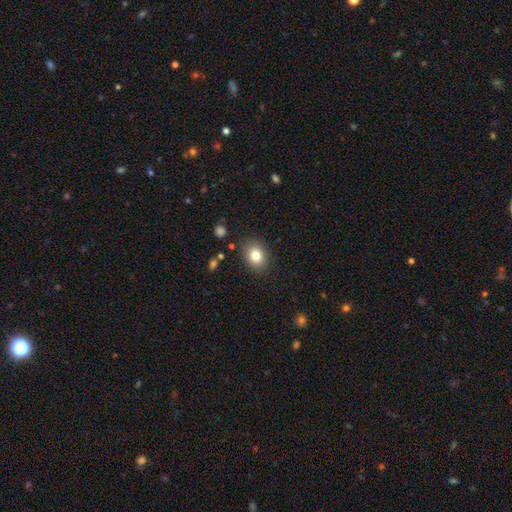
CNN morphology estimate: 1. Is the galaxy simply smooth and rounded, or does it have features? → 80% smooth, 10% star or artifact, 10% featured or disk.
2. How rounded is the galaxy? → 55% in between, 44% round, 1% cigar-shaped.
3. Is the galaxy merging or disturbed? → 86% none, 10% minor disturbance, 3% major disturbance, 2% merger.